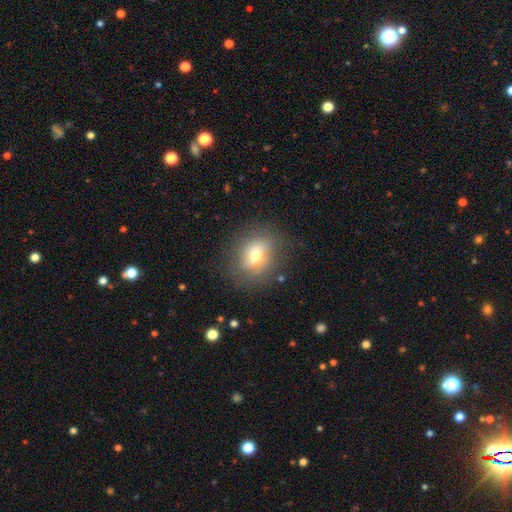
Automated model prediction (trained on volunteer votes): The model was most divided on "how rounded": round: 64%, in between: 35%, cigar-shaped: 1%. More confident: merging — none (76%); smooth or featured — smooth (63%).